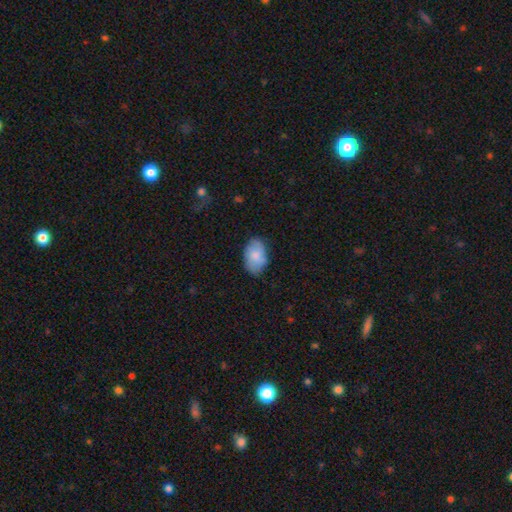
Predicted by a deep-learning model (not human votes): Overall: smooth (77%). How rounded: in between (91%). Merging: none (71%).